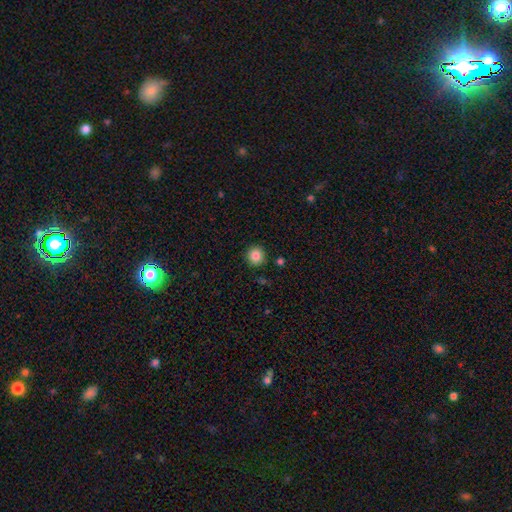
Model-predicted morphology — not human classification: Overall: smooth (85%). How rounded: round (94%). Merging: none (91%).